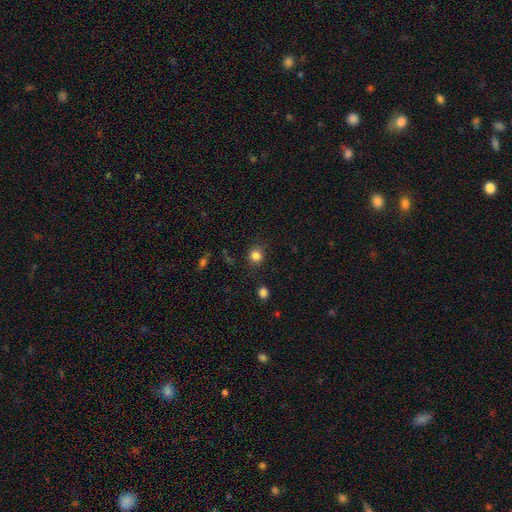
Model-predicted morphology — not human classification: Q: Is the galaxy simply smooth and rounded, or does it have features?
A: smooth — 84%.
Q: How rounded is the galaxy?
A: round — 85%.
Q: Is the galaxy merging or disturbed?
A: none — 83%.